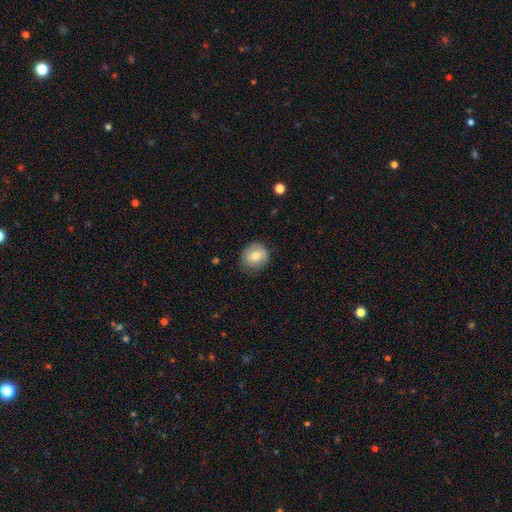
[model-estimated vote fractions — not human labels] Morphology: type=smooth (75%); roundness=round (85%); merging=none (78%).